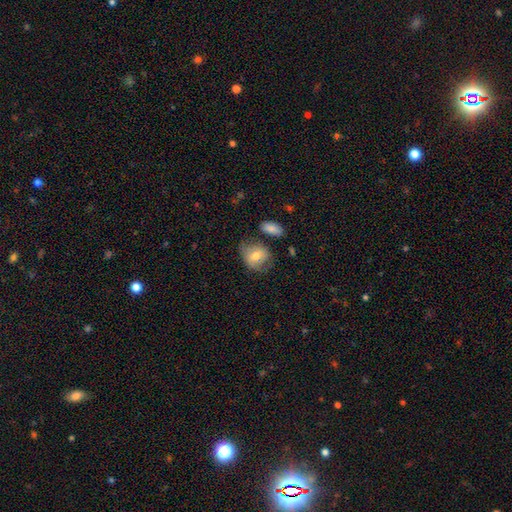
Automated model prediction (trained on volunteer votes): smooth-or-featured: smooth: 69% | featured or disk: 24% | star or artifact: 7%
  how-rounded: round: 55% | in between: 44% | cigar-shaped: 1%
  merging: none: 56% | minor disturbance: 28% | major disturbance: 11% | merger: 6%